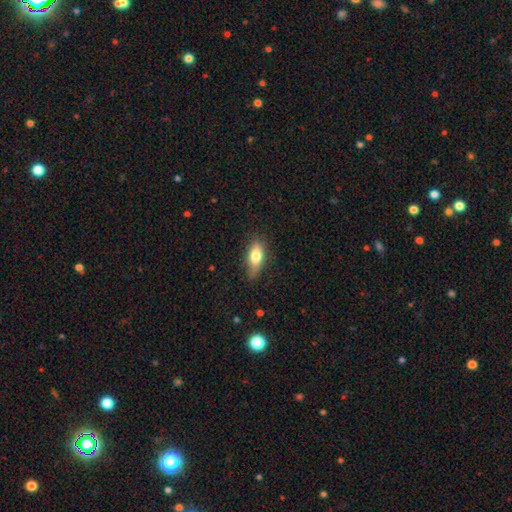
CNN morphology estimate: This appears to be a smooth galaxy with no disk features (74%) that is in between round and cigar-shaped (75%). Merging: none (70%).